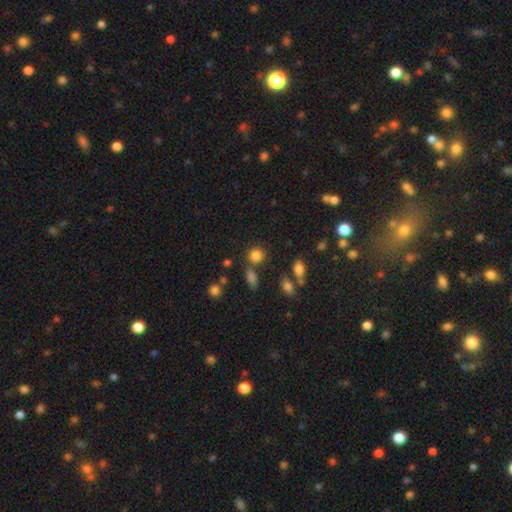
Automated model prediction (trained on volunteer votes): smooth-or-featured: smooth: 81% | star or artifact: 13% | featured or disk: 6%
  how-rounded: round: 78% | in between: 20% | cigar-shaped: 1%
  merging: none: 70% | merger: 15% | minor disturbance: 11% | major disturbance: 4%